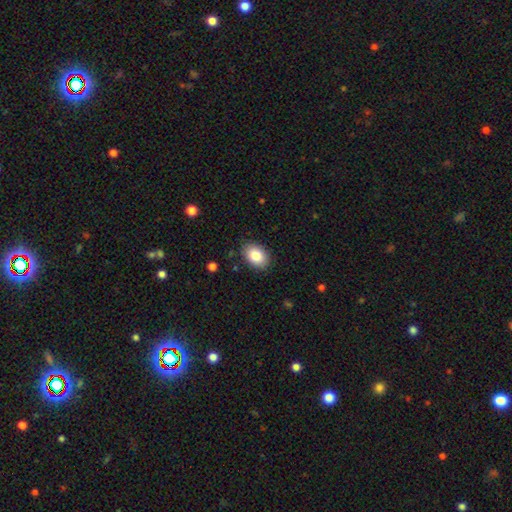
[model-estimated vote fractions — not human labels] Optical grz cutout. It shows a smooth galaxy with no disk features (84%) that is in between round and cigar-shaped (81%). Merging: none (87%).